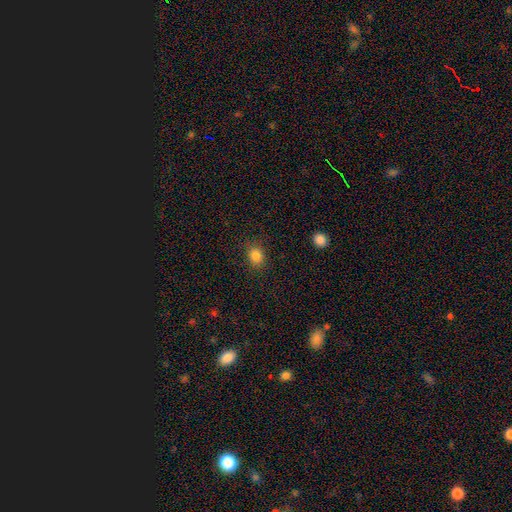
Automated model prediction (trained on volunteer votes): Smooth or featured?
  - smooth: 84% *
  - star or artifact: 11%
  - featured or disk: 5%
How rounded?
  - round: 56% *
  - in between: 43%
  - cigar-shaped: 1%
Merging?
  - none: 87% *
  - minor disturbance: 9%
  - major disturbance: 3%
  - merger: 1%